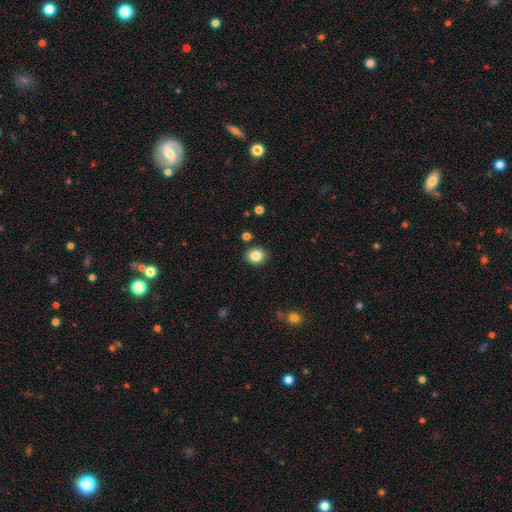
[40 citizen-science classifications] Smooth or featured? 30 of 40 (75%) said smooth. How rounded? 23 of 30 (77%) said round. Merging? 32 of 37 (86%) said none.